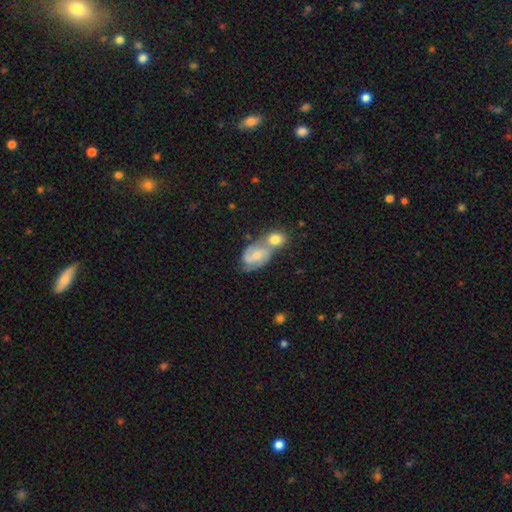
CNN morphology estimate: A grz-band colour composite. It shows a featured or disk galaxy (65%) with no bar (47%), 2 (84%) medium (53%) spiral arms (91%) and a small central bulge (48%). Merging: merger (59%).